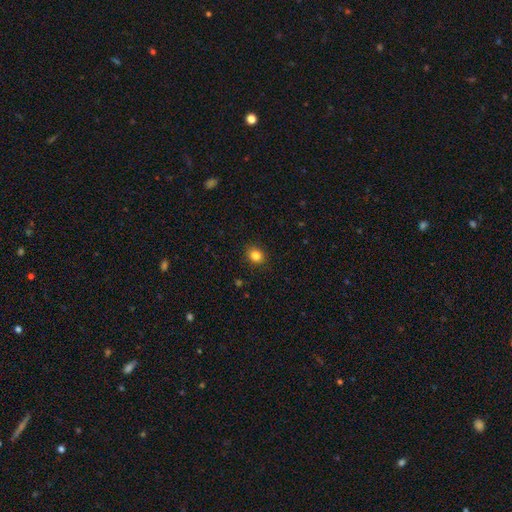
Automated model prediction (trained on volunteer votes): Overall: smooth (84%). How rounded: round (58%; in between 42%). Merging: none (89%).